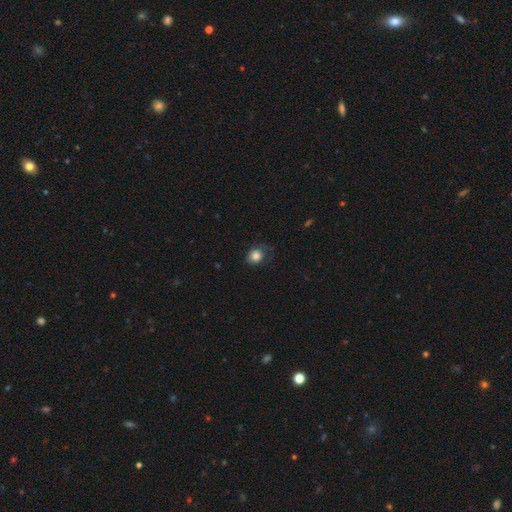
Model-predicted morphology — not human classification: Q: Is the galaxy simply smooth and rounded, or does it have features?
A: smooth — 82%.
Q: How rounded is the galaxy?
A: round — 73%.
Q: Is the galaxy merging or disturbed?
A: none — 62%.